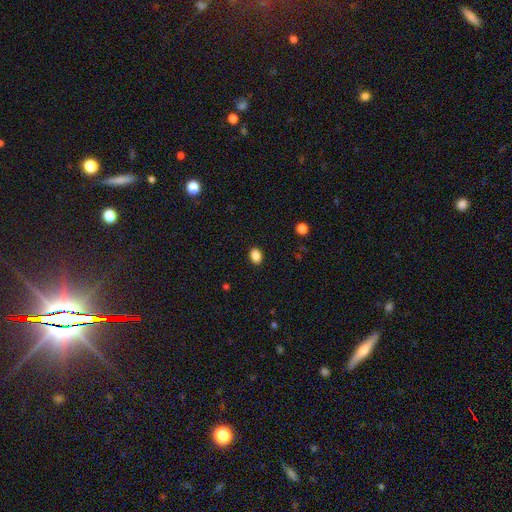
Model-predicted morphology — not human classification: smooth 87%, star or artifact 10%, featured or disk 3%. Down the decision tree: how rounded — in between (72%); merging — none (90%).